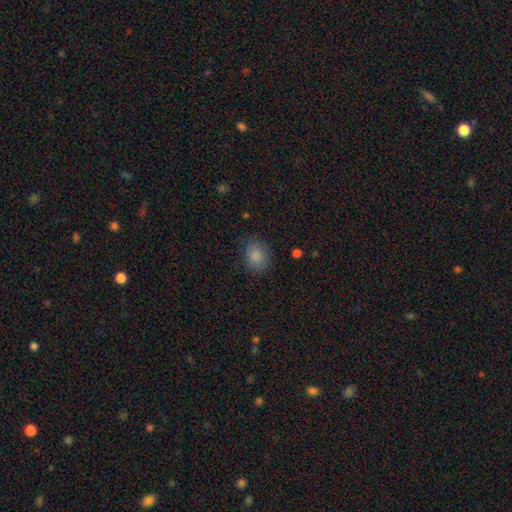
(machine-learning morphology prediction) A smooth galaxy with no disk features (86%) that is in between round and cigar-shaped (52%). Merging: none (79%).